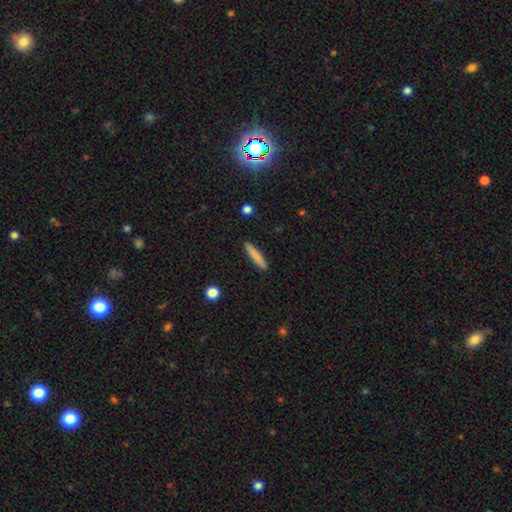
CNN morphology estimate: This is clearly a smooth galaxy (80%). How rounded: clearly cigar-shaped (91%). Merging: clearly none (91%).